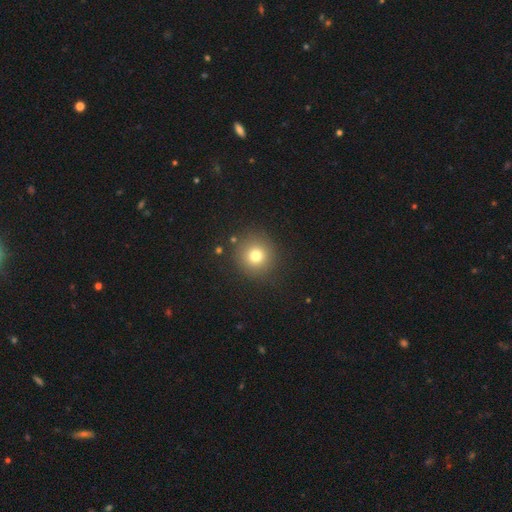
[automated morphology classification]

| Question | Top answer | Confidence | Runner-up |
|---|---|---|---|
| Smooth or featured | smooth | 76% | star or artifact (14%) |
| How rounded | round | 94% | in between (5%) |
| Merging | none | 88% | minor disturbance (7%) |